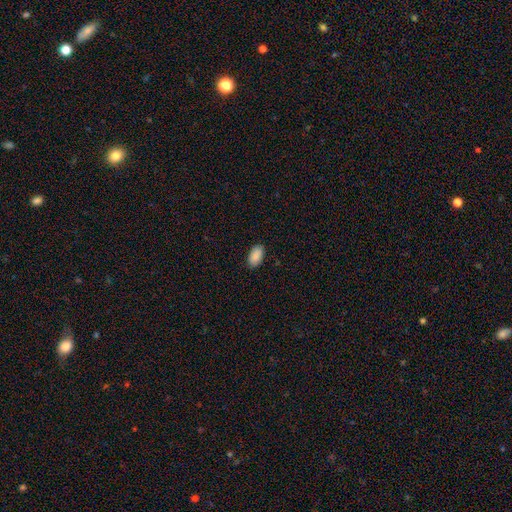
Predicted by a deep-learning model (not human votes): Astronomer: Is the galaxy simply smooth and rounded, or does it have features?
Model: smooth — 90%.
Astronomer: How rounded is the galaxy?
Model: in between — 95%.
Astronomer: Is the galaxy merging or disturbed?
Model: none — 88%.